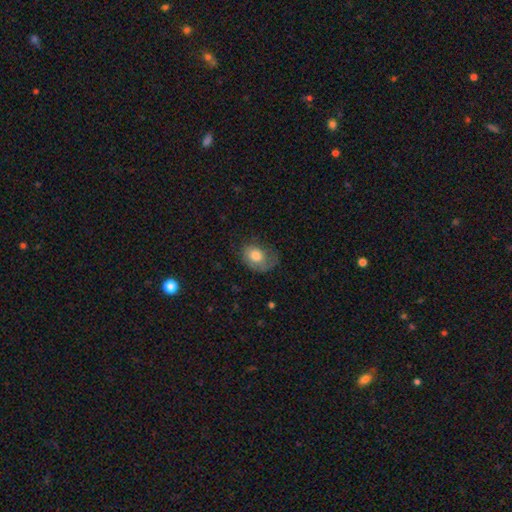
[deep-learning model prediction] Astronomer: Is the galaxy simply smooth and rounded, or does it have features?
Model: smooth — 67%.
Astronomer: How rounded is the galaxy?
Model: in between — 66%.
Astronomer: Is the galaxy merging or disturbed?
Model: none — 45% (runner-up: minor disturbance, 28%).